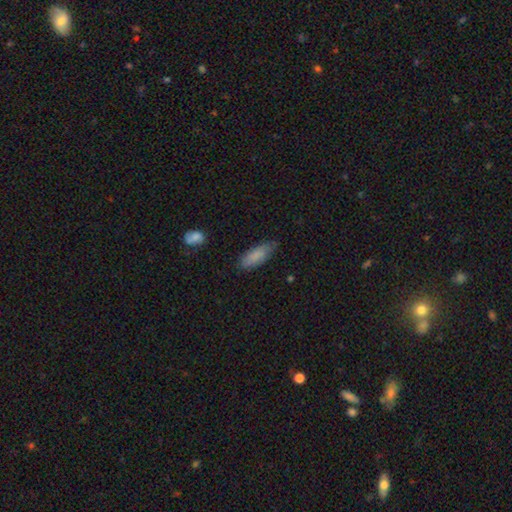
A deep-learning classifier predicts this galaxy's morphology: smooth_or_featured: smooth (p=0.85) [alt: featured or disk p=0.09]
how_rounded: in between (p=0.68) [alt: cigar-shaped p=0.30]
merging: none (p=0.73) [alt: minor disturbance p=0.22]